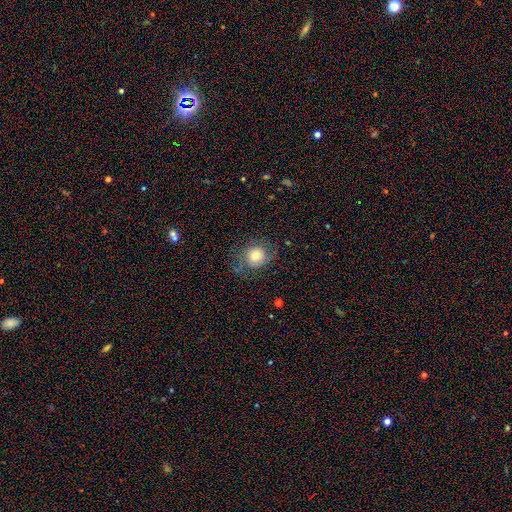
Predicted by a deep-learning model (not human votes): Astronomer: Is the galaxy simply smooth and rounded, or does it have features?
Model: smooth — 73%.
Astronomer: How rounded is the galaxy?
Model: round — 84%.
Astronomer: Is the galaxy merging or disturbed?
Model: none — 71%.